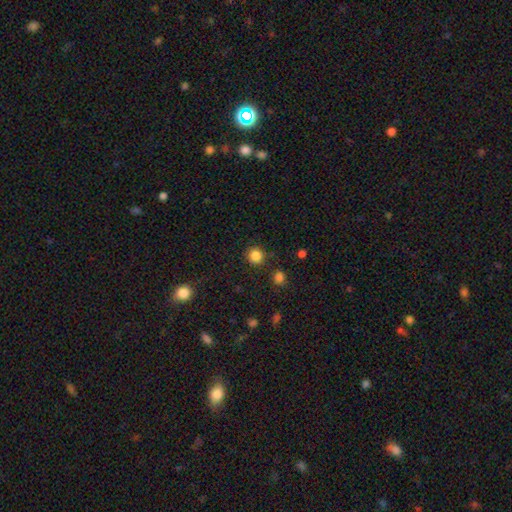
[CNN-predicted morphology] This appears to be a smooth galaxy with no disk features (85%) that is round (92%). Merging: none (87%).